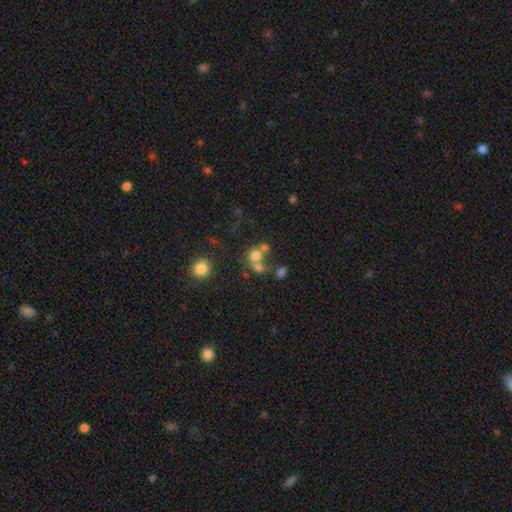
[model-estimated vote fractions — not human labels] Overall: smooth (68%). How rounded: round (79%). Merging: merger (46%; none 38%).